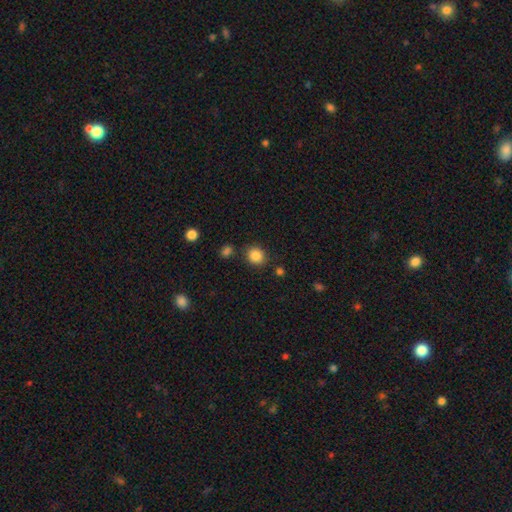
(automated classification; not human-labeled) This appears to be a smooth galaxy with no disk features (85%) that is round (79%). Merging: none (83%).